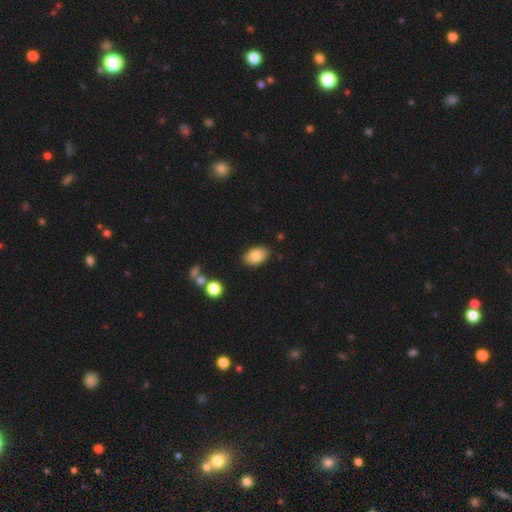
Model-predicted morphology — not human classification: smooth 82%, featured or disk 10%, star or artifact 8%. Down the decision tree: how rounded — in between (91%); merging — none (87%).